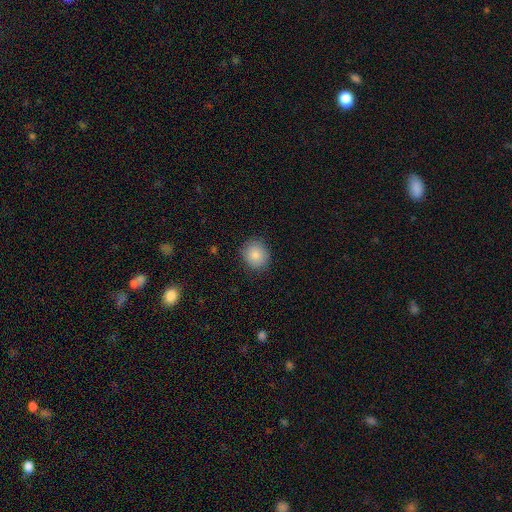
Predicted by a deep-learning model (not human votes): smooth-or-featured: smooth: 86% | star or artifact: 9% | featured or disk: 6%
  how-rounded: round: 78% | in between: 21% | cigar-shaped: 1%
  merging: none: 87% | minor disturbance: 9% | major disturbance: 3% | merger: 1%